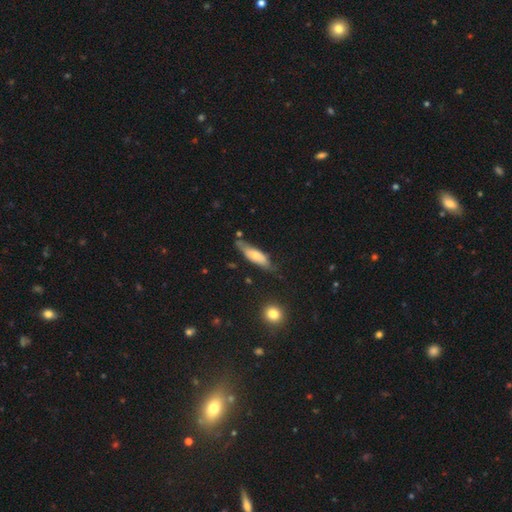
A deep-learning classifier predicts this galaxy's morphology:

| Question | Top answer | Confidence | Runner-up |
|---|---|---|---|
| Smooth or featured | smooth | 62% | featured or disk (32%) |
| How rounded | cigar-shaped | 53% | in between (45%) |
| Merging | none | 58% | minor disturbance (29%) |